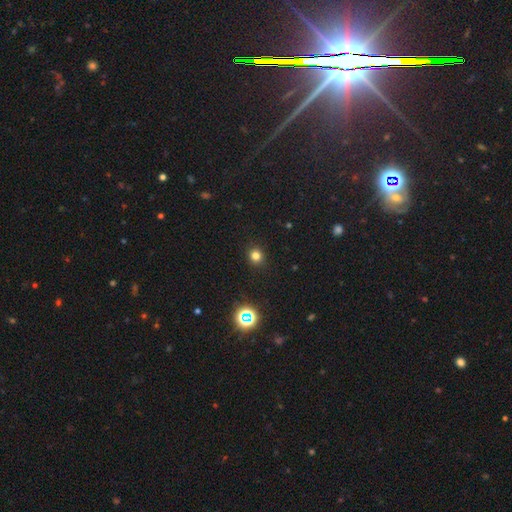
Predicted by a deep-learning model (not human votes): Smooth or featured?
  - smooth: 77% *
  - star or artifact: 18%
  - featured or disk: 5%
How rounded?
  - round: 86% *
  - in between: 13%
  - cigar-shaped: 1%
Merging?
  - none: 91% *
  - minor disturbance: 6%
  - major disturbance: 2%
  - merger: 1%